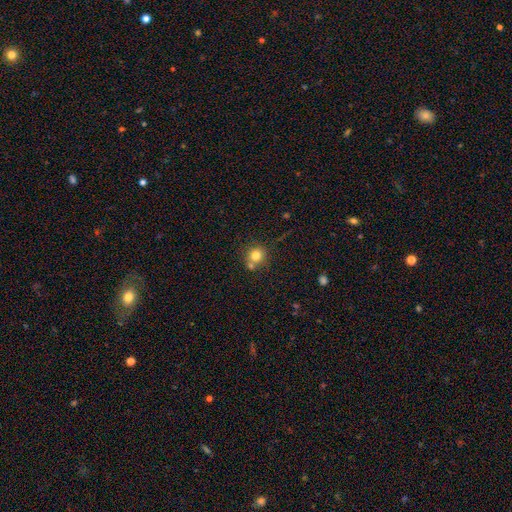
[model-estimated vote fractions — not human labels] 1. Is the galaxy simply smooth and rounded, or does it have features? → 78% smooth, 12% star or artifact, 10% featured or disk.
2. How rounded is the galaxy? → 91% round, 8% in between, 1% cigar-shaped.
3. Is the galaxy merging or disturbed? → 65% none, 22% merger, 10% minor disturbance, 3% major disturbance.